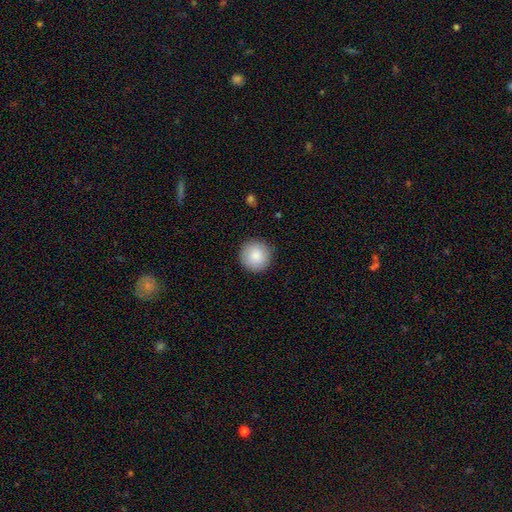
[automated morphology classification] smooth-or-featured: smooth: 87% | star or artifact: 7% | featured or disk: 6%
  how-rounded: round: 95% | in between: 4% | cigar-shaped: 1%
  merging: none: 90% | minor disturbance: 8% | major disturbance: 2% | merger: 1%